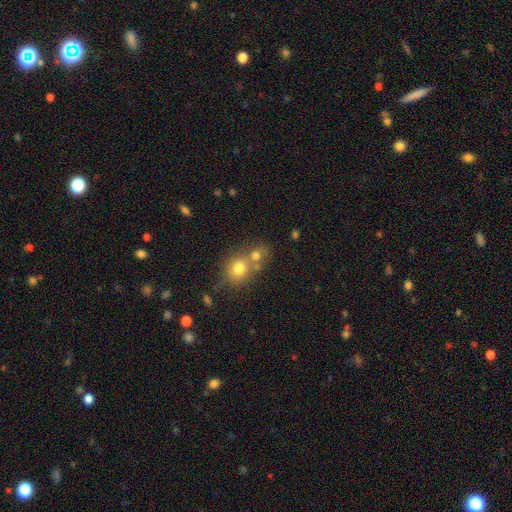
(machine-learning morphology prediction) A smooth galaxy with no disk features (72%) that is round (71%).

Vote fractions:
- Smooth or featured? smooth: 72% / featured or disk: 14% / star or artifact: 13%
- How rounded? round: 71% / in between: 28% / cigar-shaped: 1%
- Merging? merger: 50% / none: 38% / minor disturbance: 8% / major disturbance: 4%